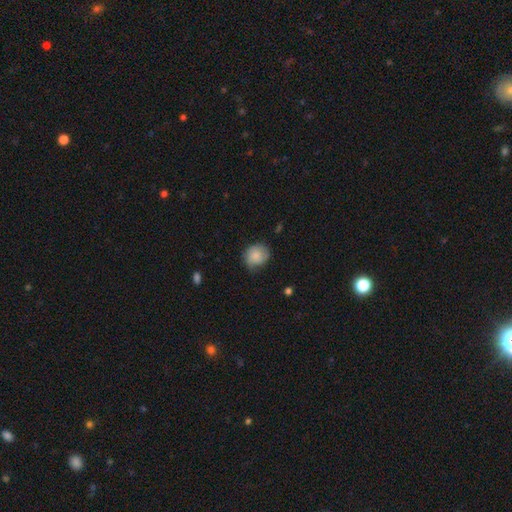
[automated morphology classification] Smooth or featured? Predicted: smooth (p=0.75). How rounded? Predicted: round (p=0.75). Merging? Predicted: none (p=0.63).